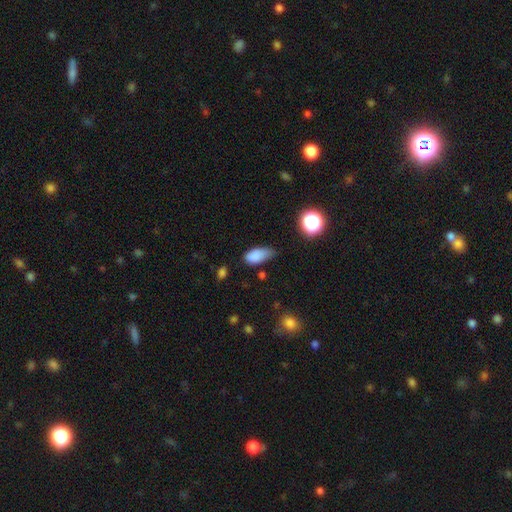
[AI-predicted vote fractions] Smooth or featured?
  - smooth: 83% *
  - star or artifact: 10%
  - featured or disk: 7%
How rounded?
  - in between: 89% *
  - cigar-shaped: 6%
  - round: 5%
Merging?
  - minor disturbance: 47% *
  - none: 39%
  - major disturbance: 11%
  - merger: 3%